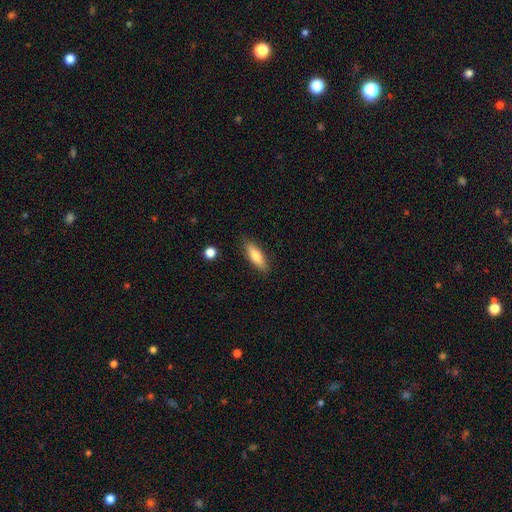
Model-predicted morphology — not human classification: Smooth or featured?
  - smooth: 79% *
  - featured or disk: 15%
  - star or artifact: 7%
How rounded?
  - in between: 54% *
  - cigar-shaped: 44%
  - round: 2%
Merging?
  - none: 85% *
  - minor disturbance: 11%
  - major disturbance: 2%
  - merger: 2%